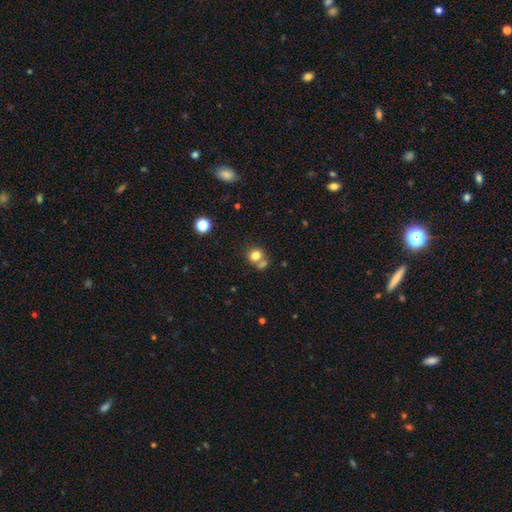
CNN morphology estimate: Q: Smooth or featured?
A: smooth (80%); runner-up: star or artifact (12%)
Q: How rounded?
A: round (78%); runner-up: in between (21%)
Q: Merging?
A: none (51%); runner-up: merger (35%)